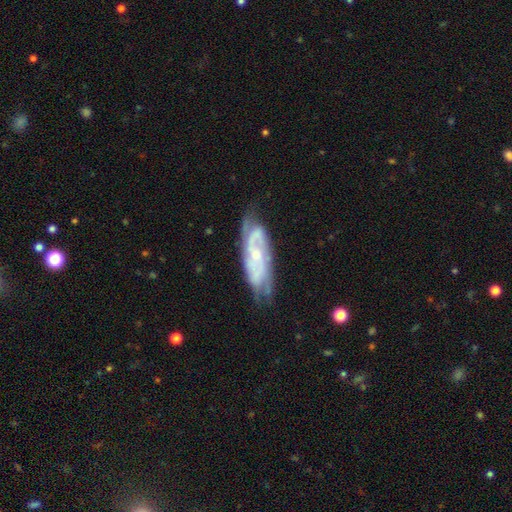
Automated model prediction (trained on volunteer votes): Q: Smooth or featured?
A: featured or disk (83%); runner-up: smooth (11%)
Q: Edge-on disk?
A: no (89%); runner-up: yes (11%)
Q: Bar?
A: no (56%); runner-up: weak (34%)
Q: Spiral arms?
A: yes (95%); runner-up: no (5%)
Q: Spiral winding?
A: tight (47%); runner-up: medium (42%)
Q: Spiral arm count?
A: 2 (51%); runner-up: can't tell (22%)
Q: Bulge size?
A: small (67%); runner-up: moderate (27%)
Q: Merging?
A: none (69%); runner-up: minor disturbance (23%)